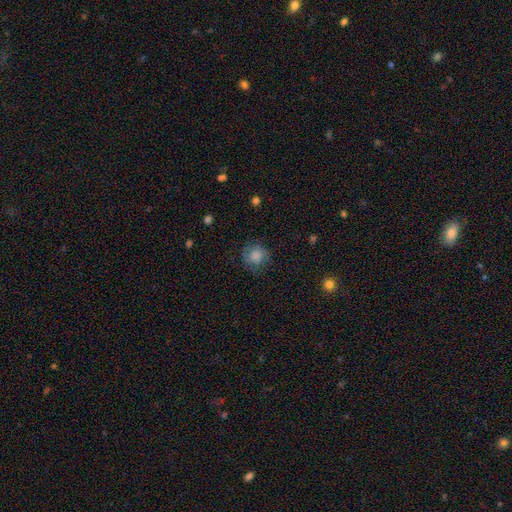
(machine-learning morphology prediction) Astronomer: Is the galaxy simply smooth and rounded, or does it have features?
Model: smooth — 74%.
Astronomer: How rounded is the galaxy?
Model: round — 89%.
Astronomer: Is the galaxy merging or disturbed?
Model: none — 74%.